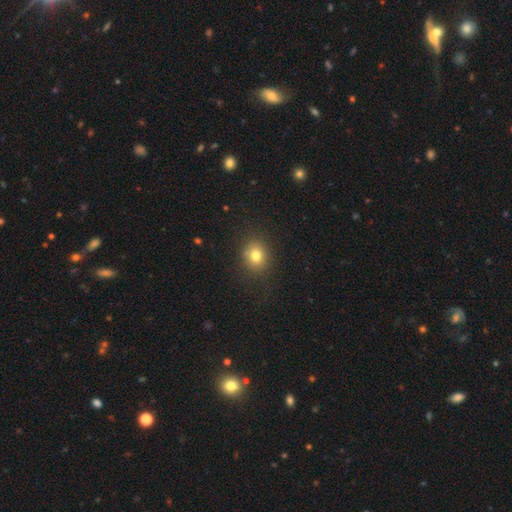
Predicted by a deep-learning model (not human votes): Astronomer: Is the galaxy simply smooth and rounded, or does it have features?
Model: smooth — 78%.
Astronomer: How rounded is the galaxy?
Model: round — 70%.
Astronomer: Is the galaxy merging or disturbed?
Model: none — 85%.